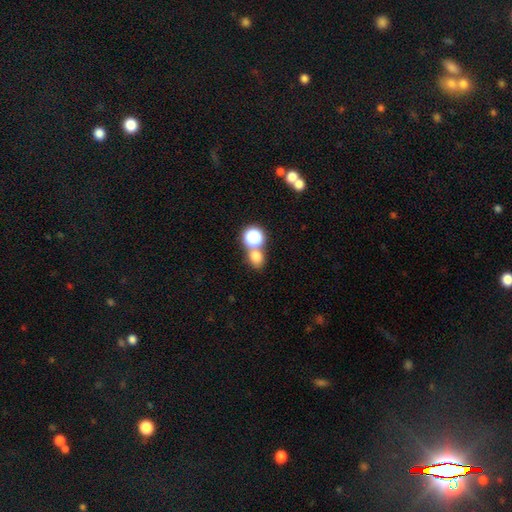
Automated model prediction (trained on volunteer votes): Morphology: type=smooth (73%); roundness=round (66%); merging=none (55%).